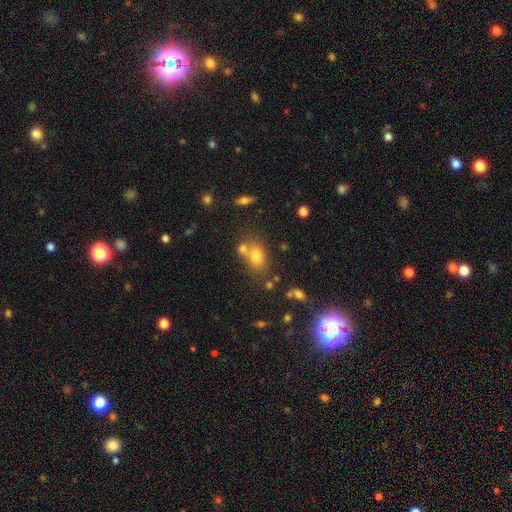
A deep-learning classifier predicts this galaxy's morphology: A smooth galaxy with no disk features (70%) that is in between round and cigar-shaped (70%). Merging: none (53%).